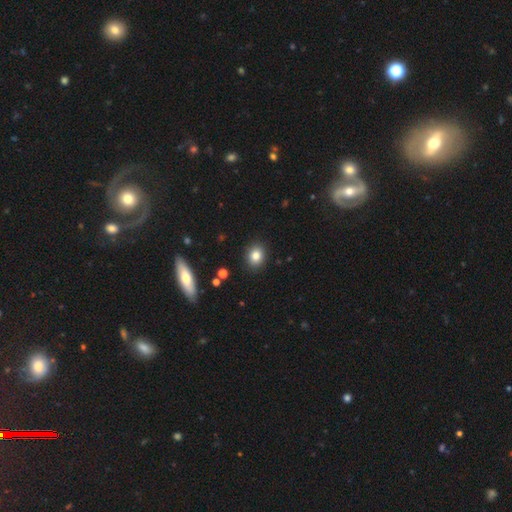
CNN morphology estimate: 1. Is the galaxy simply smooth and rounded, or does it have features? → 83% smooth, 10% star or artifact, 7% featured or disk.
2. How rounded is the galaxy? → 60% round, 38% in between, 1% cigar-shaped.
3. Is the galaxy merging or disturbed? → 90% none, 7% minor disturbance, 2% major disturbance, 1% merger.